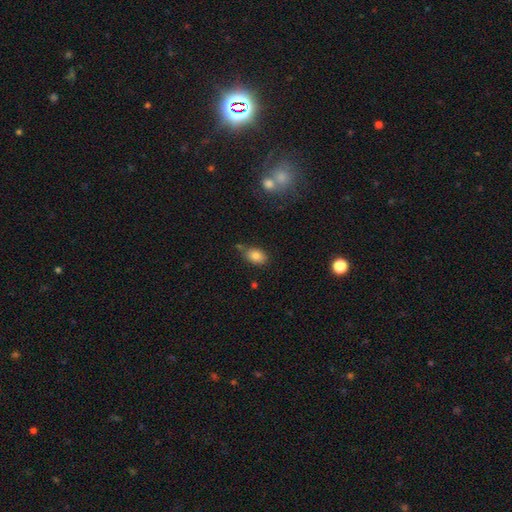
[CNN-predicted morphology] smooth_or_featured: smooth (p=0.83) [alt: star or artifact p=0.09]
how_rounded: in between (p=0.84) [alt: round p=0.14]
merging: none (p=0.69) [alt: minor disturbance p=0.18]